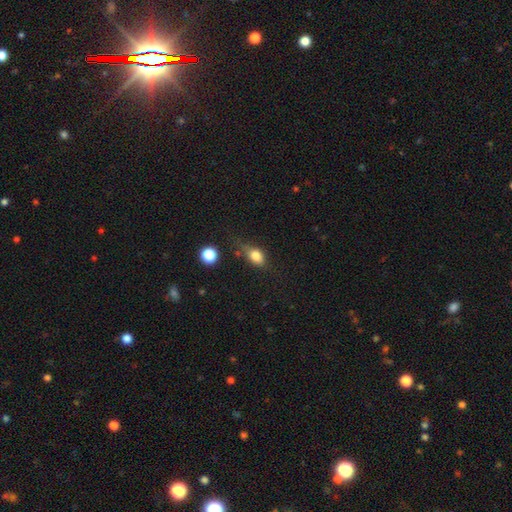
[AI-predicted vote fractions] A smooth galaxy with no disk features (80%) that is in between round and cigar-shaped (73%). Merging: none (54%).